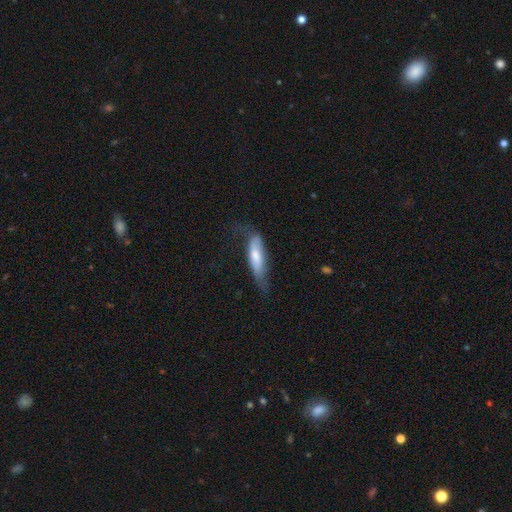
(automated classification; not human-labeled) smooth 63%, featured or disk 31%, star or artifact 6%. Down the decision tree: how rounded — cigar-shaped (56%); merging — none (42%).